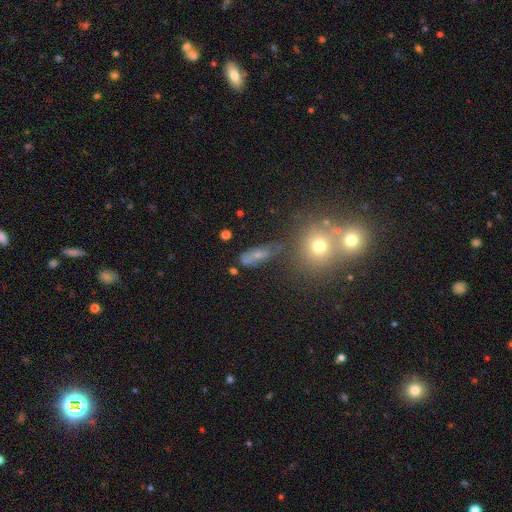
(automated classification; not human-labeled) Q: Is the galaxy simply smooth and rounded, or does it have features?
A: smooth — 49%.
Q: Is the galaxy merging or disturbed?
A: none — 56%.